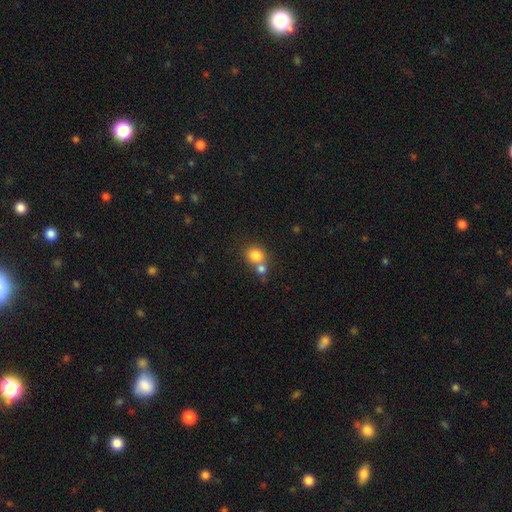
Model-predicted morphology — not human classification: Smooth or featured: smooth — 81% (star or artifact — 10%)
How rounded: round — 71% (in between — 28%)
Merging: merger — 47% (none — 42%)